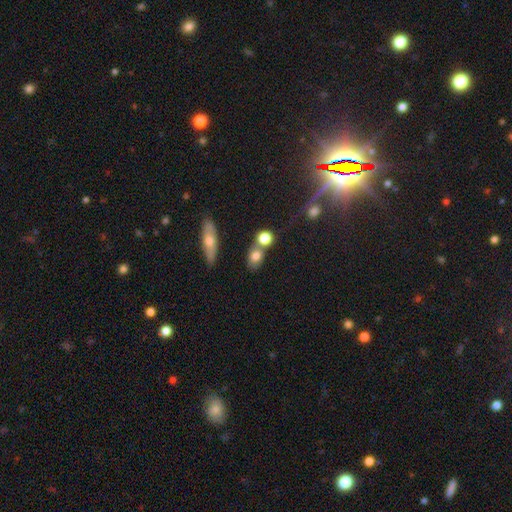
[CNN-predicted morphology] Smooth or featured?
  - smooth: 75% *
  - featured or disk: 14%
  - star or artifact: 11%
How rounded?
  - in between: 55% *
  - round: 39%
  - cigar-shaped: 6%
Merging?
  - none: 49% *
  - merger: 35%
  - minor disturbance: 11%
  - major disturbance: 5%